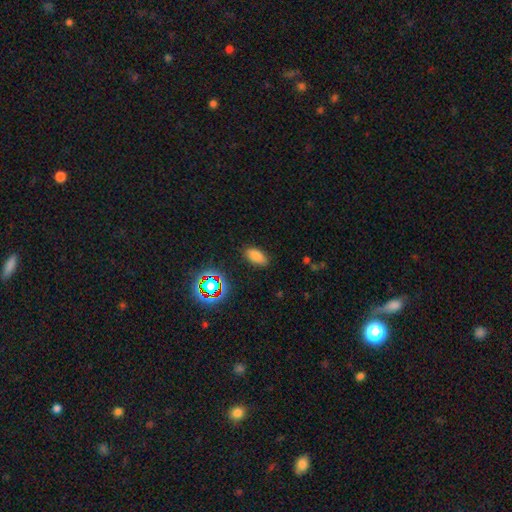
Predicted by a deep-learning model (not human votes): Smooth or featured: smooth — 77% (star or artifact — 16%)
How rounded: in between — 89% (cigar-shaped — 7%)
Merging: none — 87% (minor disturbance — 9%)